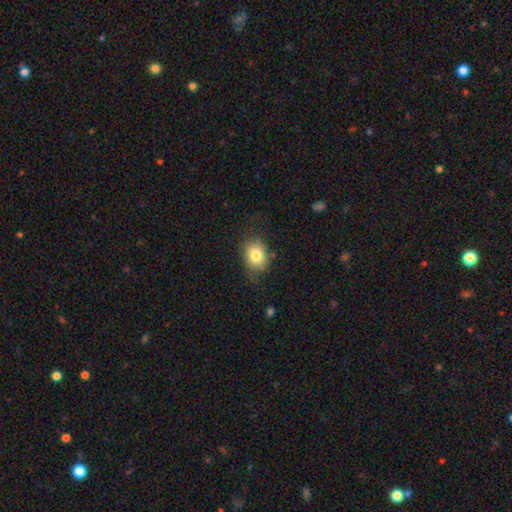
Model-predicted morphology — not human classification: smooth 79%, featured or disk 11%, star or artifact 10%. Down the decision tree: how rounded — in between (50%); merging — none (71%).